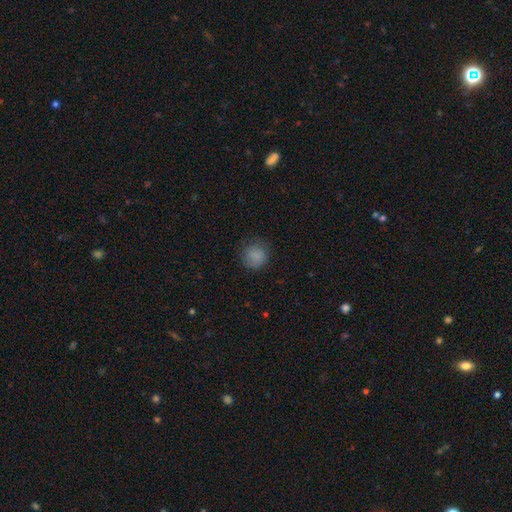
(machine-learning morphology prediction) A smooth galaxy with no disk features (85%) that is round (90%).

Vote fractions:
- Smooth or featured? smooth: 85% / star or artifact: 9% / featured or disk: 6%
- How rounded? round: 90% / in between: 9% / cigar-shaped: 1%
- Merging? none: 78% / minor disturbance: 16% / major disturbance: 5% / merger: 1%